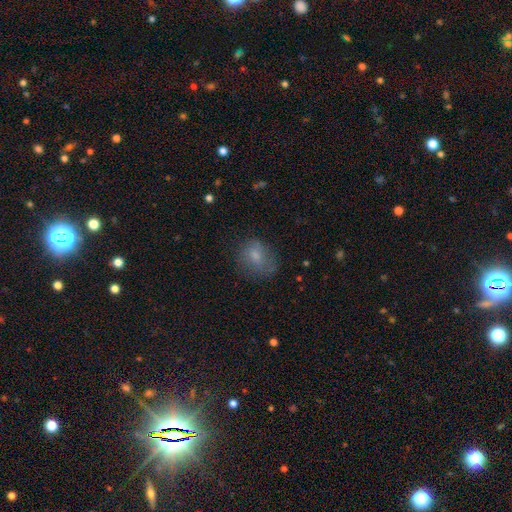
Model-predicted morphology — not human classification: smooth_or_featured: smooth (p=0.73) [alt: featured or disk p=0.16]
how_rounded: round (p=0.53) [alt: in between p=0.46]
merging: none (p=0.59) [alt: minor disturbance p=0.25]